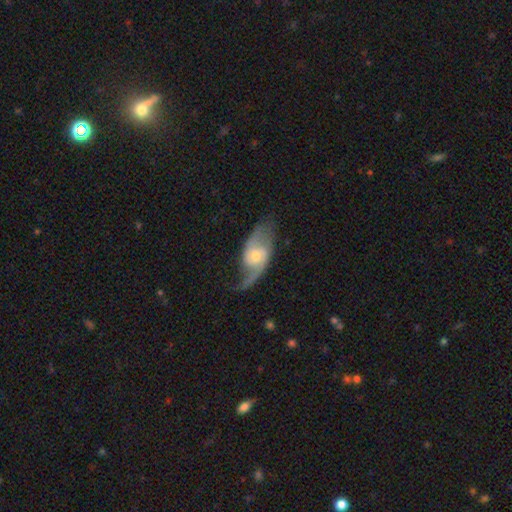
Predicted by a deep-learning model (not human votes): smooth_or_featured: featured or disk (p=0.81) [alt: smooth p=0.13]
disk_edge_on: no (p=0.94) [alt: yes p=0.06]
bar: no (p=0.60) [alt: weak p=0.34]
has_spiral_arms: yes (p=0.94) [alt: no p=0.06]
spiral_winding: loose (p=0.47) [alt: medium p=0.40]
spiral_arm_count: 2 (p=0.81) [alt: 1 p=0.09]
bulge_size: moderate (p=0.53) [alt: small p=0.39]
merging: none (p=0.62) [alt: minor disturbance p=0.21]